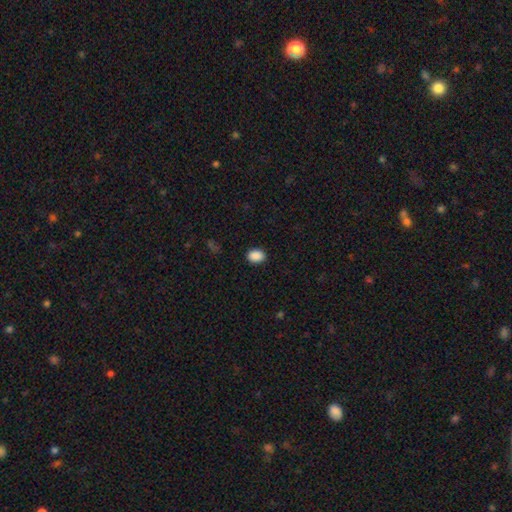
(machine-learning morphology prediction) Smooth or featured? smooth (89%)
How rounded? in between (73%)
Merging? none (89%)